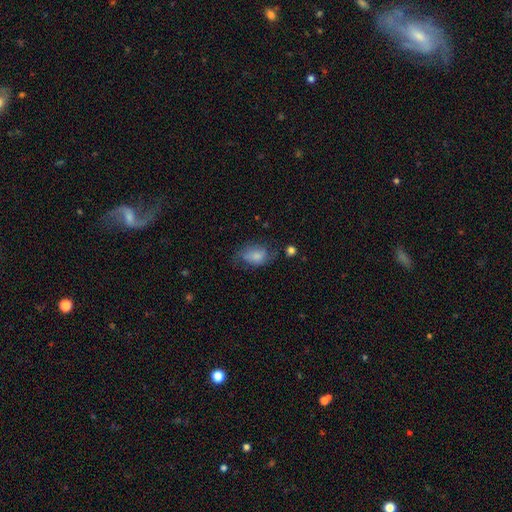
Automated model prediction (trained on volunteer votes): Morphology: type=smooth (72%); roundness=in between (84%); merging=none (48%).